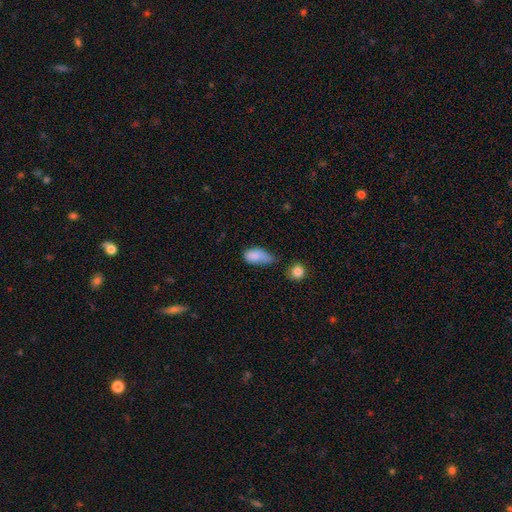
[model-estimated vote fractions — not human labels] Smooth or featured?
  - smooth: 82% *
  - featured or disk: 9%
  - star or artifact: 9%
How rounded?
  - in between: 88% *
  - round: 7%
  - cigar-shaped: 5%
Merging?
  - minor disturbance: 41% *
  - none: 25%
  - major disturbance: 24%
  - merger: 9%